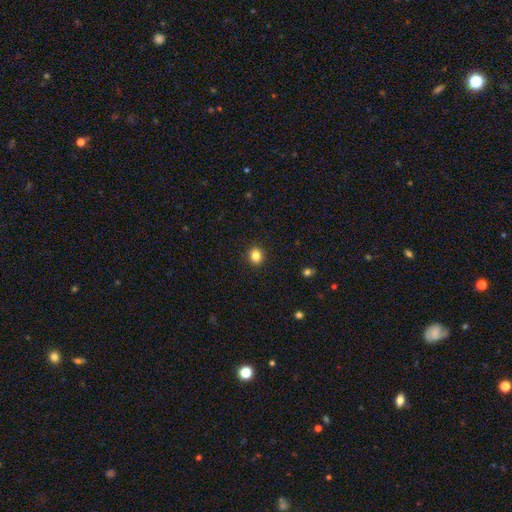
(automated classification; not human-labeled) smooth 84%, star or artifact 11%, featured or disk 5%. Down the decision tree: how rounded — round (72%); merging — none (92%).